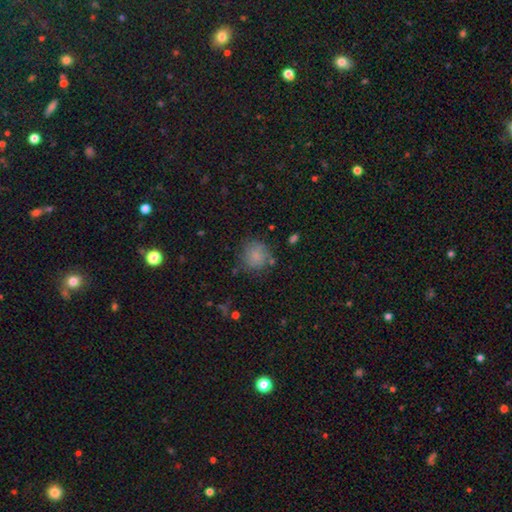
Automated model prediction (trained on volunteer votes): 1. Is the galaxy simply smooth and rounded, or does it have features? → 78% smooth, 12% featured or disk, 11% star or artifact.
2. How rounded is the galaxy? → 88% round, 11% in between, 1% cigar-shaped.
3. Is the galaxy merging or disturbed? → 73% none, 17% minor disturbance, 6% major disturbance, 4% merger.